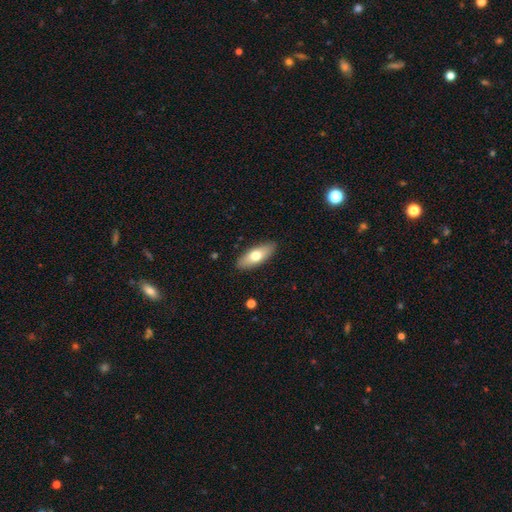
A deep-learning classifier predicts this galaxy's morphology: Smooth or featured: smooth — 68% (featured or disk — 26%)
How rounded: in between — 76% (cigar-shaped — 21%)
Merging: none — 89% (minor disturbance — 8%)